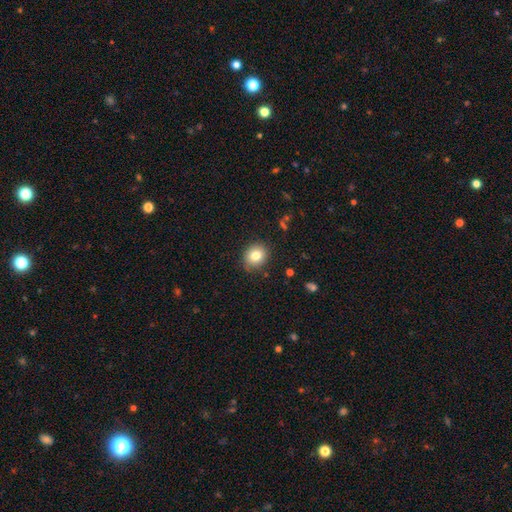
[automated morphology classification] The model was most divided on "how rounded": round: 72%, in between: 28%, cigar-shaped: 1%. More confident: merging — none (86%); smooth or featured — smooth (80%).